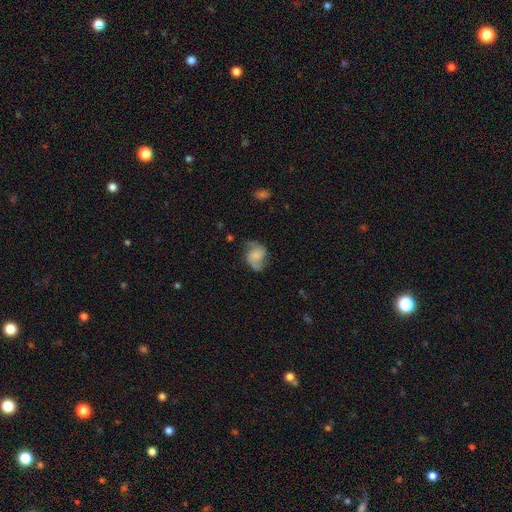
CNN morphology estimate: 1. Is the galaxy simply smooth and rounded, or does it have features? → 66% featured or disk, 26% smooth, 8% star or artifact.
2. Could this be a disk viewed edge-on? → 98% no, 2% yes.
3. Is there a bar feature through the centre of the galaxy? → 60% no, 32% weak, 8% strong.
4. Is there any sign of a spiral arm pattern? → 92% yes, 8% no.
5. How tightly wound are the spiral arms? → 47% loose, 40% medium, 13% tight.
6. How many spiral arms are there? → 88% 2, 5% 1, 4% can't tell, 1% 3, 1% 4, 1% more than 4.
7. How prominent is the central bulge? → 46% none, 24% small, 15% moderate, 11% large, 4% dominant.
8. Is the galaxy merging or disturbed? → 61% none, 23% minor disturbance, 14% major disturbance, 2% merger.